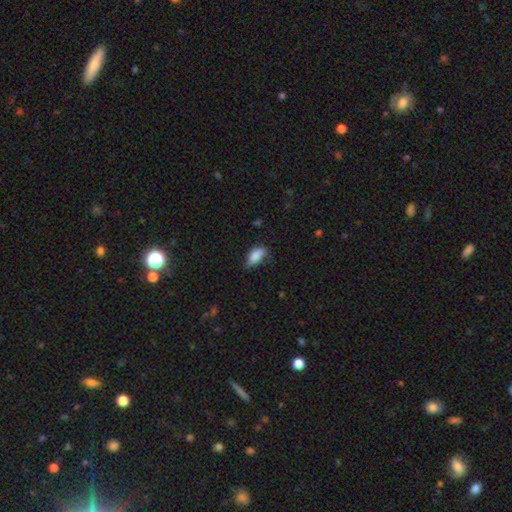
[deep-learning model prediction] Smooth or featured? Predicted: smooth (p=0.81). How rounded? Predicted: in between (p=0.87). Merging? Predicted: none (p=0.46).